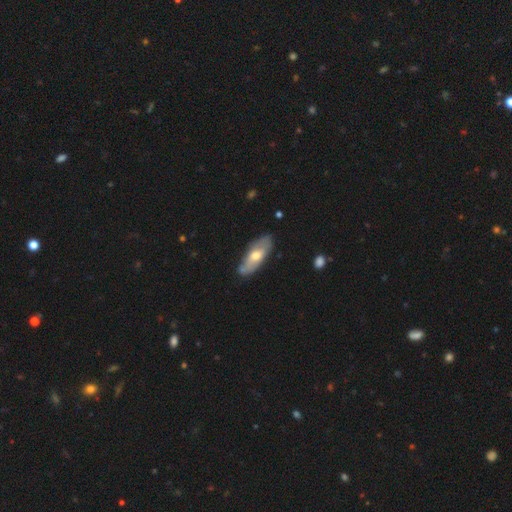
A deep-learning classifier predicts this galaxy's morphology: Smooth or featured?
  - featured or disk: 51% *
  - smooth: 44%
  - star or artifact: 5%
Edge-on disk?
  - no: 72% *
  - yes: 28%
Merging?
  - none: 77% *
  - minor disturbance: 17%
  - major disturbance: 3%
  - merger: 2%